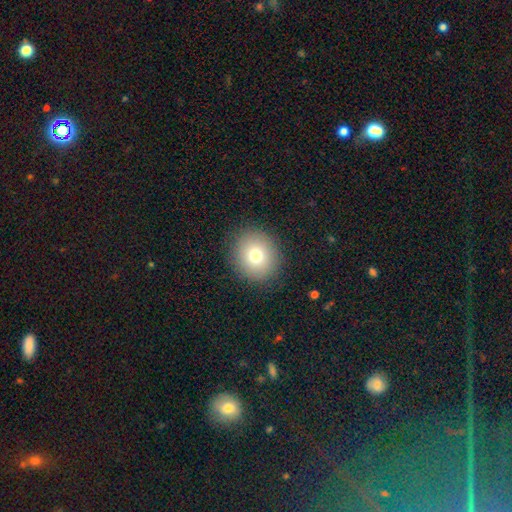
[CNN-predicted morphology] Smooth or featured? smooth (75%)
How rounded? round (84%)
Merging? none (89%)